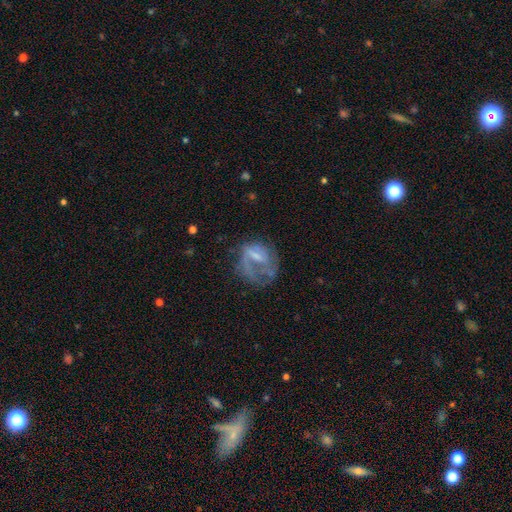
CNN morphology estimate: Smooth or featured? Predicted: featured or disk (p=0.56). Edge-on disk? Predicted: no (p=0.96). Bar? Predicted: no (p=0.43). Spiral arms? Predicted: no (p=0.52). Bulge size? Predicted: none (p=0.38). Merging? Predicted: none (p=0.38).